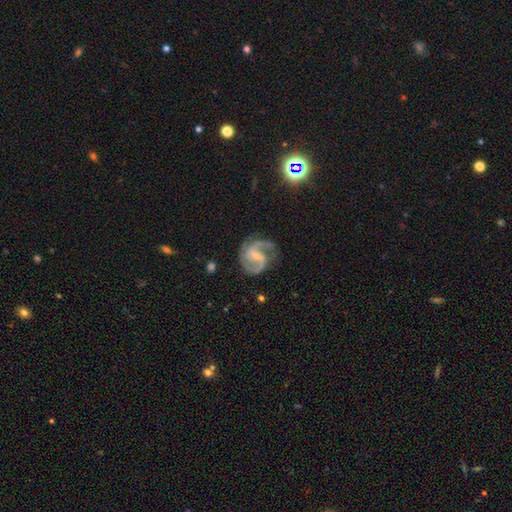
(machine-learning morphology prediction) A featured or disk galaxy (89%) with a weak bar (50%), 2 (70%) medium (57%) spiral arms (97%) and a small central bulge (67%).

Vote fractions:
- Smooth or featured? featured or disk: 89% / smooth: 6% / star or artifact: 5%
- Edge-on disk? no: 98% / yes: 2%
- Bar? weak: 50% / no: 28% / strong: 22%
- Spiral arms? yes: 97% / no: 3%
- Spiral winding? medium: 57% / loose: 23% / tight: 20%
- Spiral arm count? 2: 70% / 3: 15% / can't tell: 6% / 1: 4% / 4: 3% / more than 4: 2%
- Bulge size? small: 67% / moderate: 28% / none: 3% / large: 1% / dominant: 1%
- Merging? none: 66% / minor disturbance: 20% / major disturbance: 12% / merger: 2%